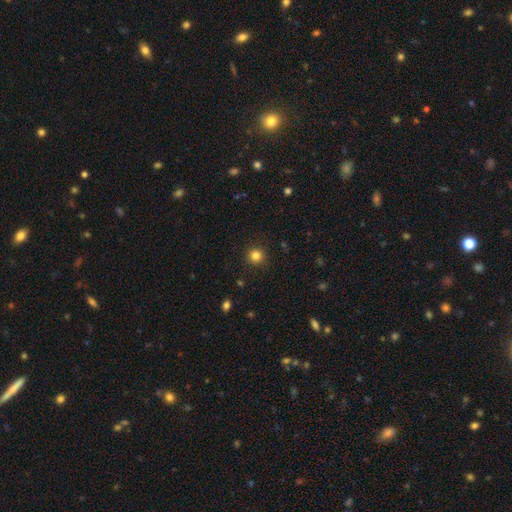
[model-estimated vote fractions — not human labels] A smooth galaxy with no disk features (82%) that is round (93%).

Vote fractions:
- Smooth or featured? smooth: 82% / star or artifact: 13% / featured or disk: 5%
- How rounded? round: 93% / in between: 6% / cigar-shaped: 1%
- Merging? none: 91% / minor disturbance: 6% / major disturbance: 2% / merger: 1%